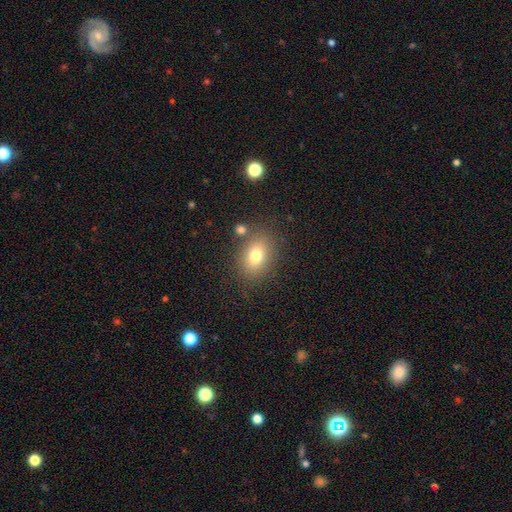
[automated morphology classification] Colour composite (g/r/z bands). It shows a smooth galaxy with no disk features (75%) that is in between round and cigar-shaped (70%). Merging: none (79%).